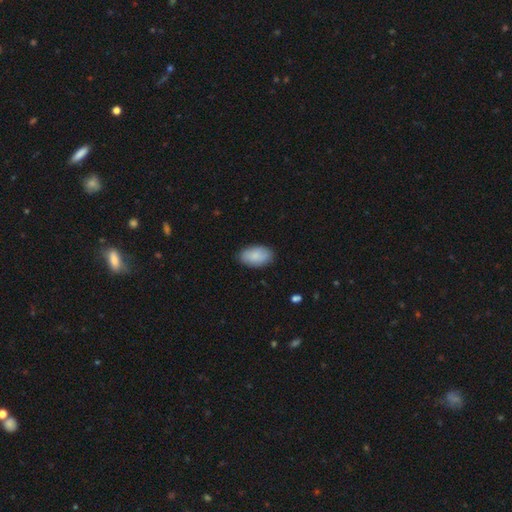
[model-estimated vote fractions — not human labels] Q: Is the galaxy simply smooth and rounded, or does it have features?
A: smooth — 87%.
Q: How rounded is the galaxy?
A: in between — 94%.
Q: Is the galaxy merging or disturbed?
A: none — 87%.